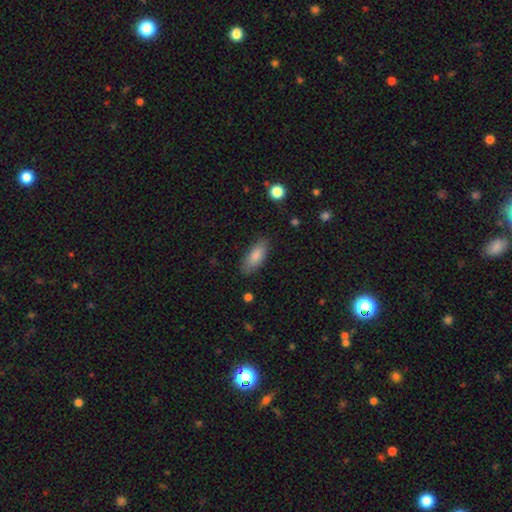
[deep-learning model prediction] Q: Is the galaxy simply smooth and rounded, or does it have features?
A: smooth — 85%.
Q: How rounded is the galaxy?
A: in between — 79%.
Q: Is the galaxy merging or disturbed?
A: none — 83%.